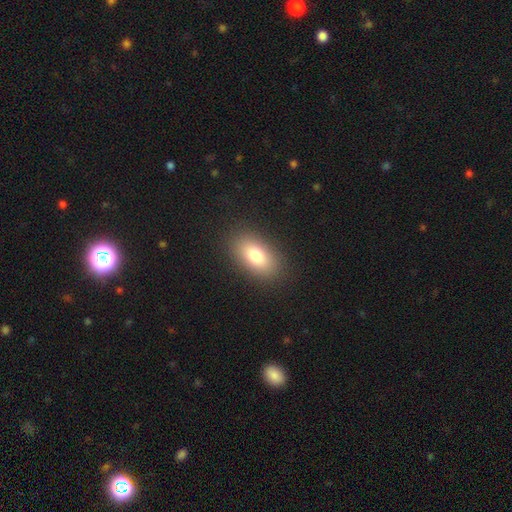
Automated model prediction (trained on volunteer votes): smooth_or_featured: smooth (p=0.78) [alt: featured or disk p=0.12]
how_rounded: in between (p=0.89) [alt: round p=0.08]
merging: none (p=0.88) [alt: minor disturbance p=0.08]